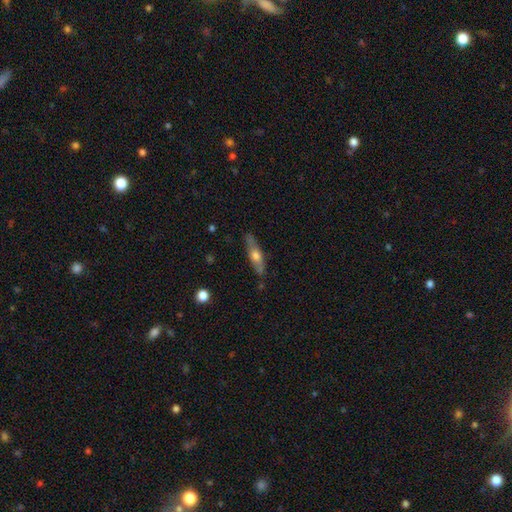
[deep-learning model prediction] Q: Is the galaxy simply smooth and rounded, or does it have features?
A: featured or disk — 49%.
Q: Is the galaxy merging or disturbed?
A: none — 81%.